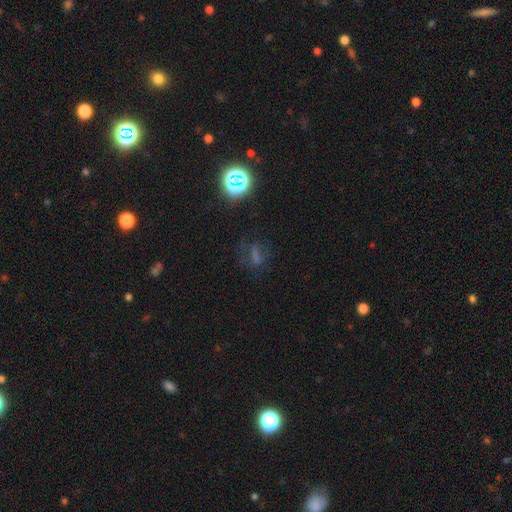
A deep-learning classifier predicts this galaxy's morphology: This appears to be a star or artifact, not a galaxy (44%).